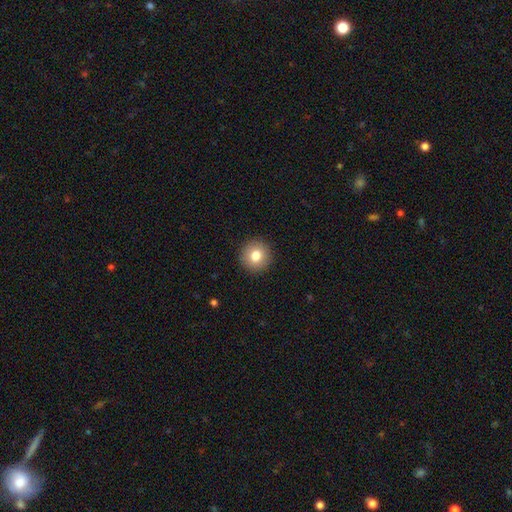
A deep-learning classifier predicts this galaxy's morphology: Overall: smooth (80%). How rounded: round (93%). Merging: none (92%).